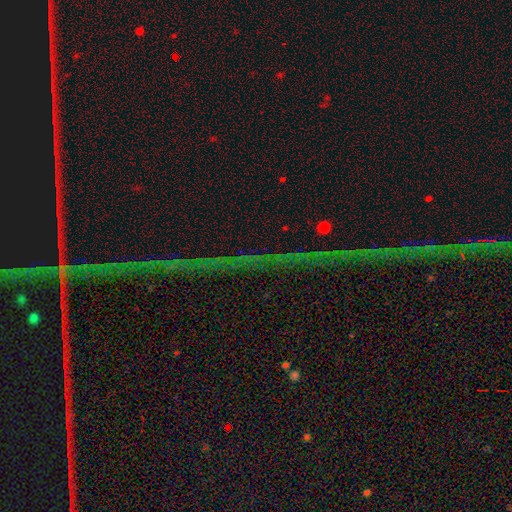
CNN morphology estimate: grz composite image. It shows a star or artifact, not a galaxy (74%).